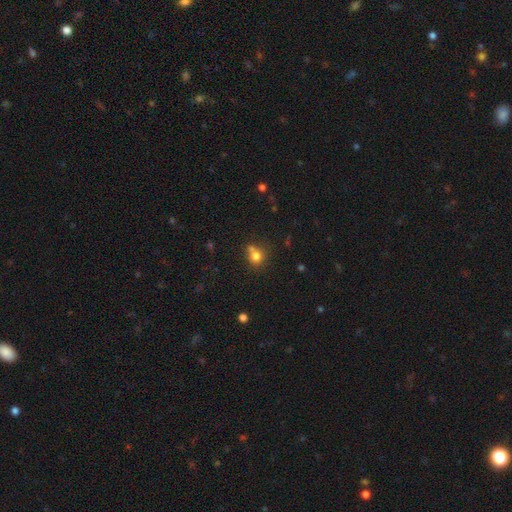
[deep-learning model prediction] smooth_or_featured: smooth (p=0.77) [alt: star or artifact p=0.13]
how_rounded: round (p=0.79) [alt: in between p=0.20]
merging: none (p=0.52) [alt: merger p=0.28]